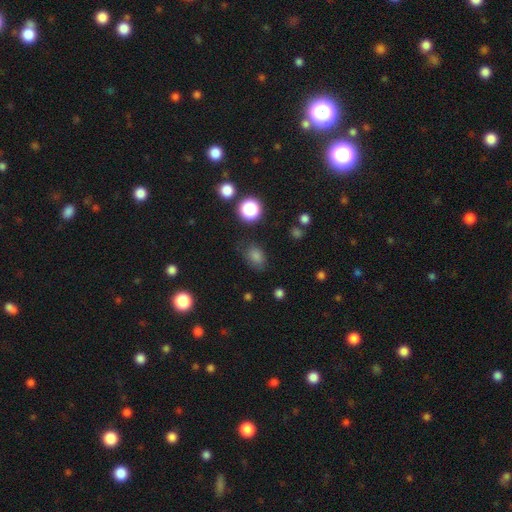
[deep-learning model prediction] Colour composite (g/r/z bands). It shows a smooth galaxy with no disk features (76%) that is in between round and cigar-shaped (67%). Merging: none (74%).